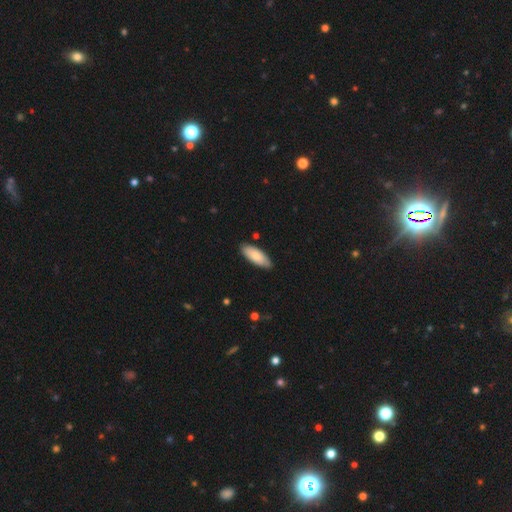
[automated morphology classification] type=smooth (81%); roundness=in between (77%); merging=none (85%).